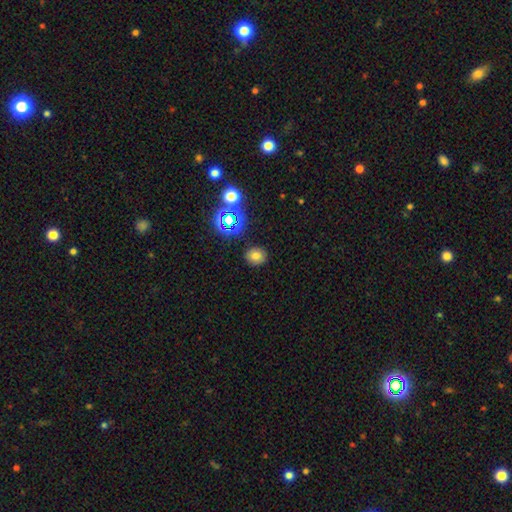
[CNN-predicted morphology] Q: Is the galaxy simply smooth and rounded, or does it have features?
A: smooth — 70%.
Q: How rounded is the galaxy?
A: round — 72%.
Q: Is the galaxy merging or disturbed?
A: none — 88%.